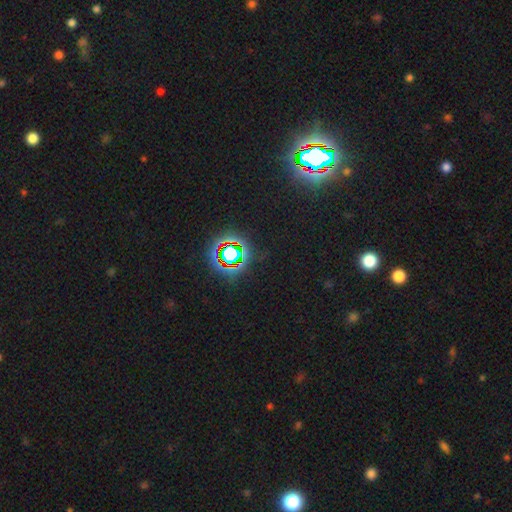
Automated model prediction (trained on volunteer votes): Morphology: type=star or artifact (78%).